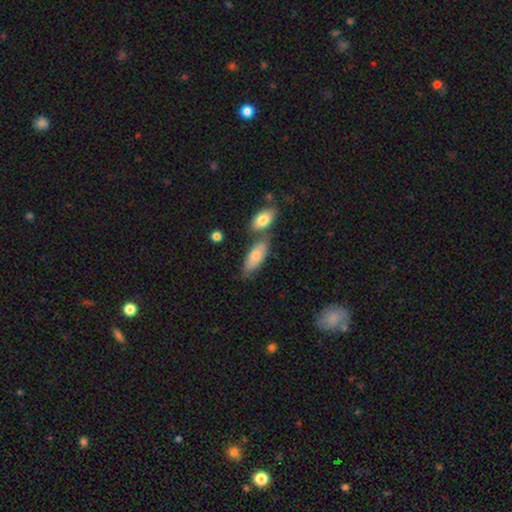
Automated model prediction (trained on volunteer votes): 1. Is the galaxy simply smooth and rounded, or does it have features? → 76% smooth, 18% featured or disk, 6% star or artifact.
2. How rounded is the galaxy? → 80% in between, 17% cigar-shaped, 2% round.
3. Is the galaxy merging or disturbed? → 50% none, 29% merger, 16% minor disturbance, 4% major disturbance.